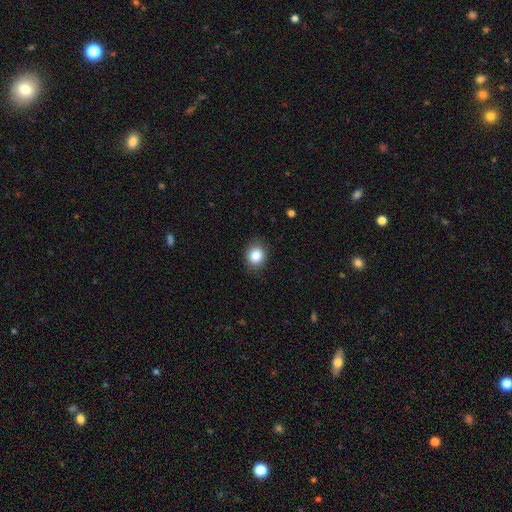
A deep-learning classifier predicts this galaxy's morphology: Smooth or featured: smooth — 86% (star or artifact — 9%)
How rounded: round — 67% (in between — 33%)
Merging: none — 87% (minor disturbance — 10%)